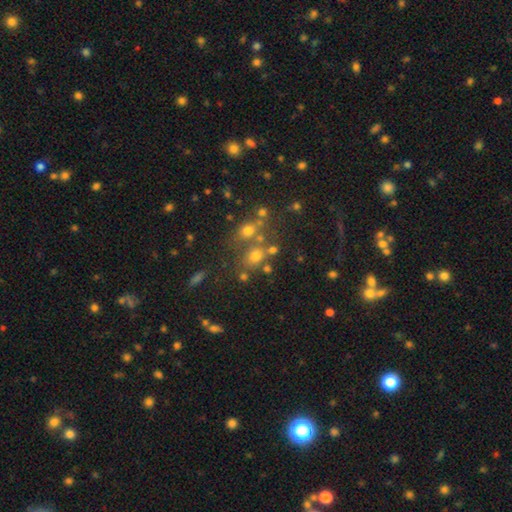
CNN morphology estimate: smooth 59%, star or artifact 25%, featured or disk 16%. Down the decision tree: how rounded — round (63%); merging — none (54%).